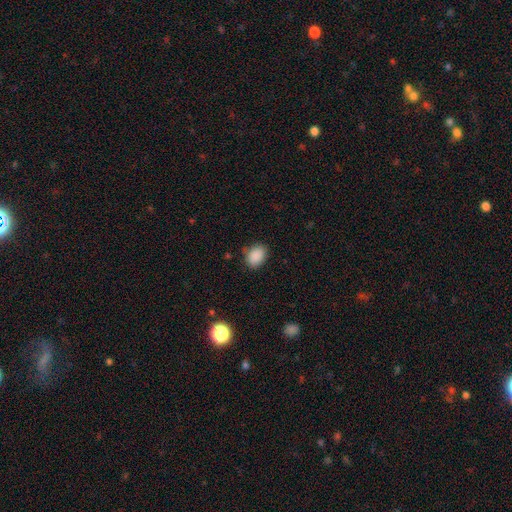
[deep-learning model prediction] Smooth or featured?
  - smooth: 88% *
  - star or artifact: 9%
  - featured or disk: 3%
How rounded?
  - in between: 72% *
  - round: 27%
  - cigar-shaped: 1%
Merging?
  - none: 81% *
  - minor disturbance: 14%
  - major disturbance: 3%
  - merger: 1%